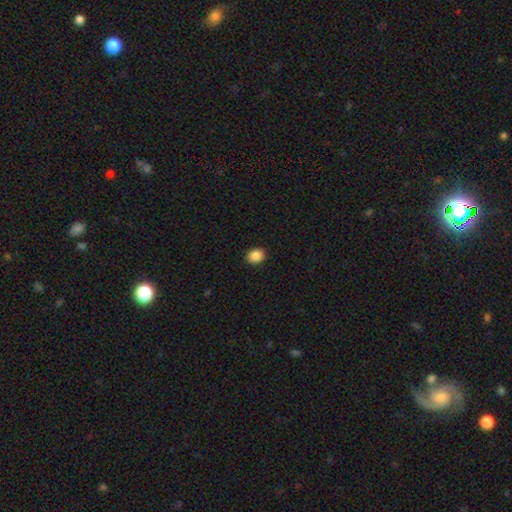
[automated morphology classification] Smooth or featured: smooth — 87% (star or artifact — 9%)
How rounded: round — 58% (in between — 41%)
Merging: none — 91% (minor disturbance — 6%)